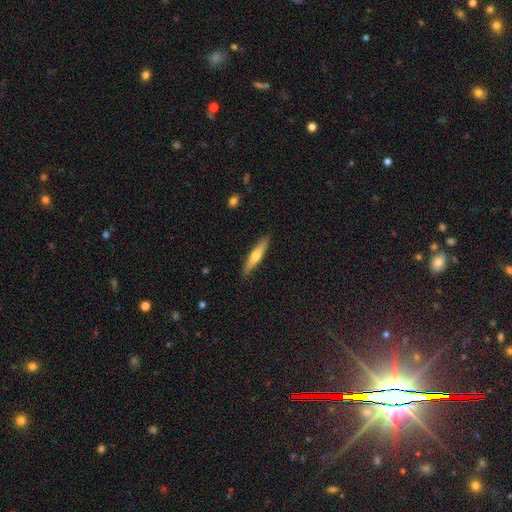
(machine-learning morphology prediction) smooth_or_featured: featured or disk (p=0.48) [alt: smooth p=0.47]
merging: none (p=0.89) [alt: minor disturbance p=0.08]